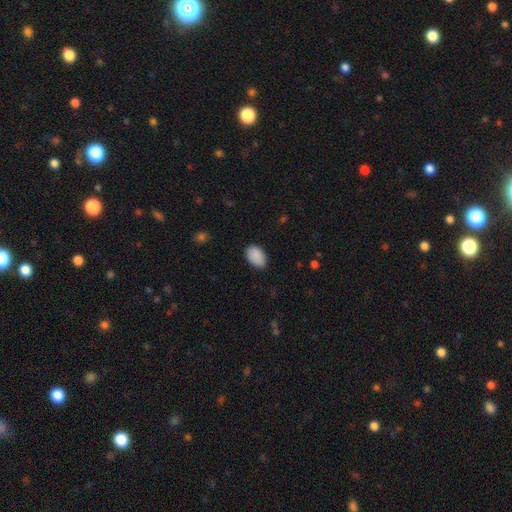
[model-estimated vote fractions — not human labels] Smooth or featured: smooth — 90% (star or artifact — 7%)
How rounded: in between — 90% (round — 9%)
Merging: none — 79% (minor disturbance — 17%)